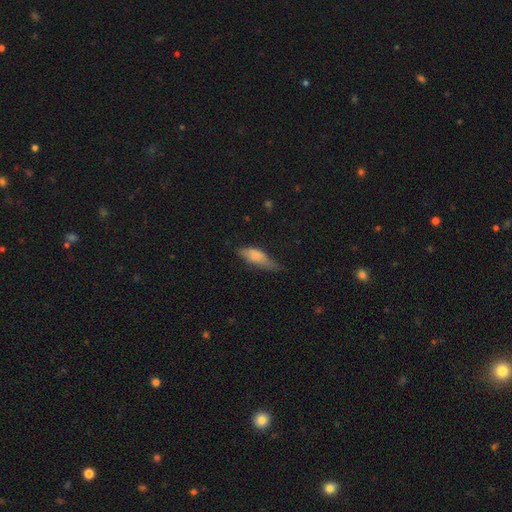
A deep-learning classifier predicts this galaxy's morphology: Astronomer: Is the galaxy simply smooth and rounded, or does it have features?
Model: smooth — 75%.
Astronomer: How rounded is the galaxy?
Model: in between — 63%.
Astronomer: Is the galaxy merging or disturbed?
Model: minor disturbance — 41% (runner-up: none, 39%).